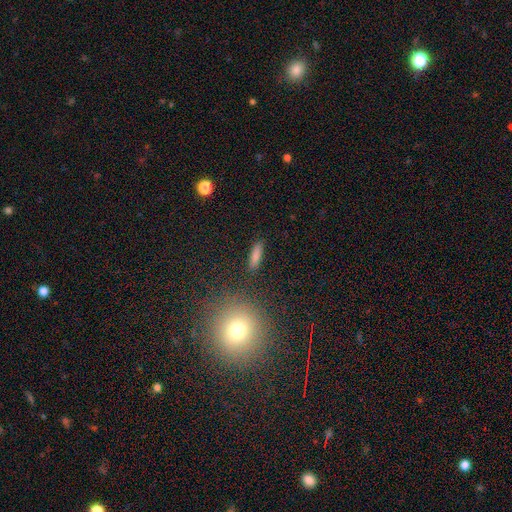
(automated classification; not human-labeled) smooth 82%, star or artifact 9%, featured or disk 9%. Down the decision tree: how rounded — cigar-shaped (66%); merging — none (87%).